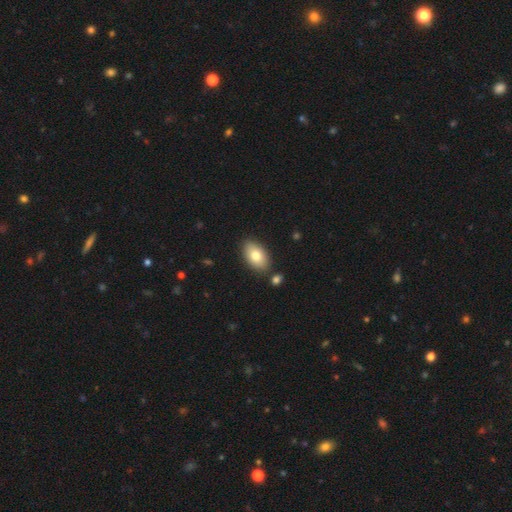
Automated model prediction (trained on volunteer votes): Overall: smooth (79%). How rounded: in between (93%). Merging: none (83%).